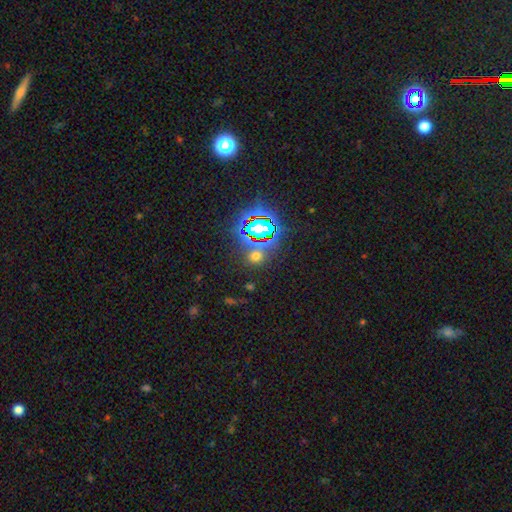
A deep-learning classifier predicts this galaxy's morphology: Smooth or featured: star or artifact — 50% (smooth — 43%)